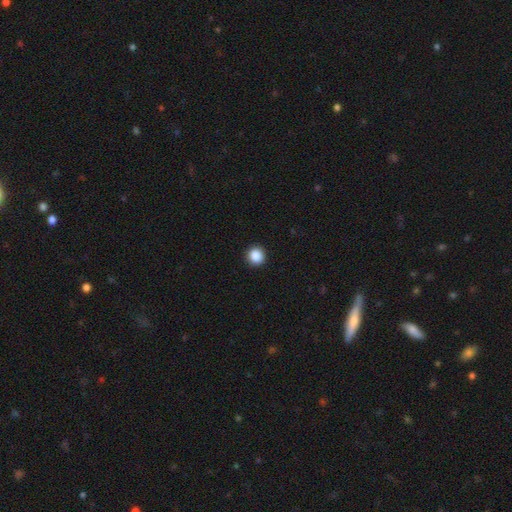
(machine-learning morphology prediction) The model was most divided on "smooth or featured": smooth: 88%, star or artifact: 9%, featured or disk: 3%. More confident: how rounded — round (92%); merging — none (92%).